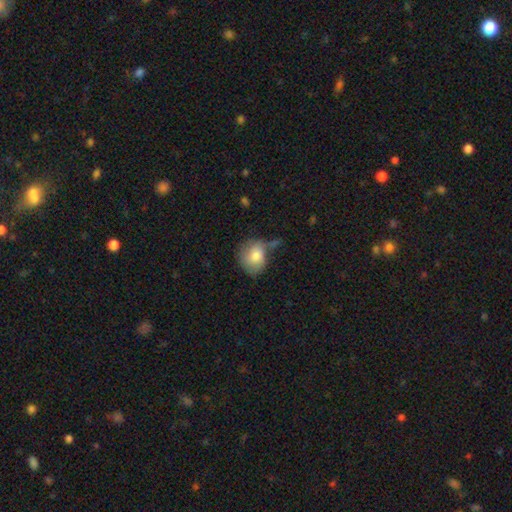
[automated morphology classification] Smooth or featured: smooth — 75% (featured or disk — 18%)
How rounded: round — 61% (in between — 38%)
Merging: none — 44% (minor disturbance — 30%)